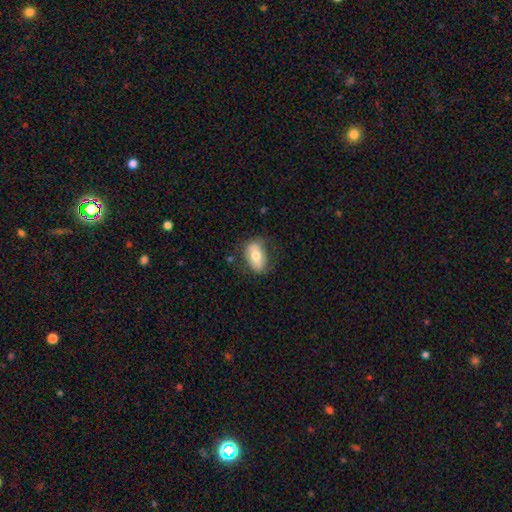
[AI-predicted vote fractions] A smooth galaxy with no disk features (65%) that is in between round and cigar-shaped (88%).

Vote fractions:
- Smooth or featured? smooth: 65% / featured or disk: 28% / star or artifact: 7%
- How rounded? in between: 88% / round: 9% / cigar-shaped: 3%
- Merging? none: 69% / minor disturbance: 22% / major disturbance: 7% / merger: 2%